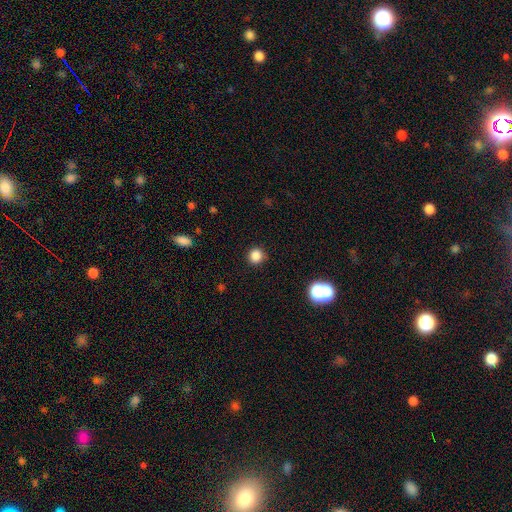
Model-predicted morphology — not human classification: Overall: smooth (85%). How rounded: round (92%). Merging: none (90%).